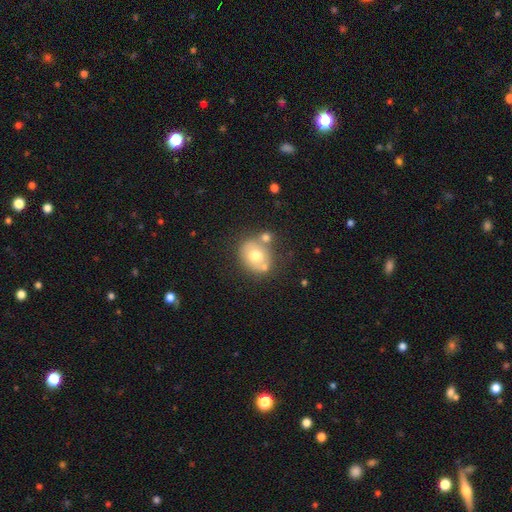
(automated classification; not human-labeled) smooth_or_featured: smooth (p=0.61) [alt: featured or disk p=0.30]
how_rounded: round (p=0.65) [alt: in between p=0.34]
merging: none (p=0.58) [alt: merger p=0.21]